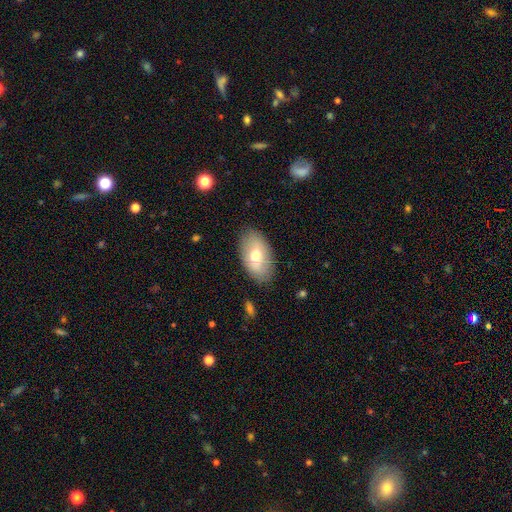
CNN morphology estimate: type=smooth (64%); roundness=in between (93%); merging=none (84%).